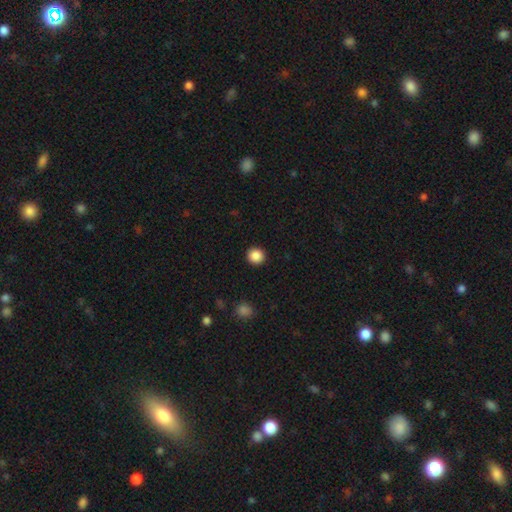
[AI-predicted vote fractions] Smooth or featured? smooth (88%)
How rounded? round (93%)
Merging? none (93%)